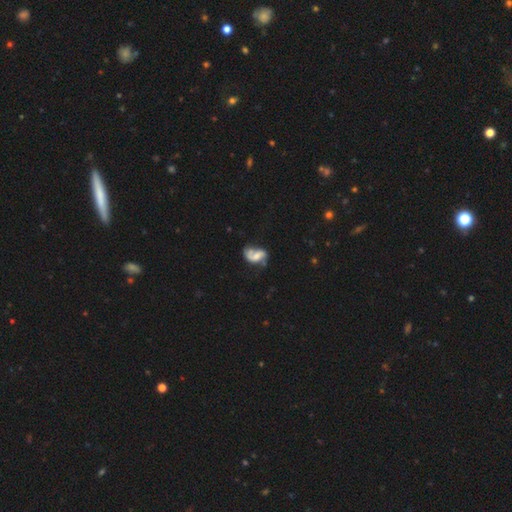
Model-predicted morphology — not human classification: Smooth or featured?
  - featured or disk: 70% *
  - smooth: 22%
  - star or artifact: 8%
Edge-on disk?
  - no: 97% *
  - yes: 3%
Bar?
  - no: 46% *
  - weak: 38%
  - strong: 16%
Spiral arms?
  - yes: 87% *
  - no: 13%
Spiral winding?
  - loose: 58% *
  - medium: 31%
  - tight: 11%
Spiral arm count?
  - 2: 80% *
  - 1: 12%
  - can't tell: 5%
  - 3: 1%
  - 4: 1%
  - more than 4: 1%
Bulge size?
  - moderate: 36% *
  - small: 34%
  - none: 21%
  - large: 8%
  - dominant: 2%
Merging?
  - none: 43% *
  - minor disturbance: 25%
  - major disturbance: 22%
  - merger: 11%